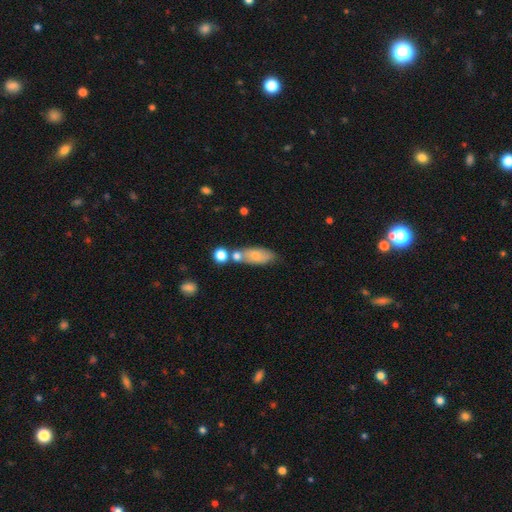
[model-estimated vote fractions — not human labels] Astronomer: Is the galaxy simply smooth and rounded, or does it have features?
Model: smooth — 70%.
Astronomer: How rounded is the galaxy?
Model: in between — 74%.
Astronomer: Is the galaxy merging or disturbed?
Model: none — 49% (runner-up: merger, 25%).